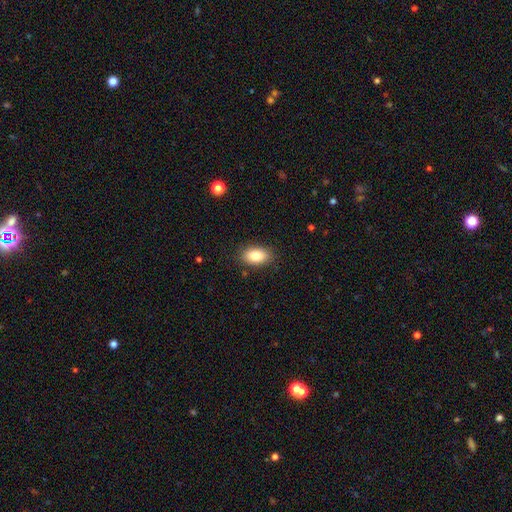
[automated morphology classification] smooth_or_featured: smooth (p=0.85) [alt: featured or disk p=0.08]
how_rounded: in between (p=0.91) [alt: round p=0.07]
merging: none (p=0.86) [alt: minor disturbance p=0.10]